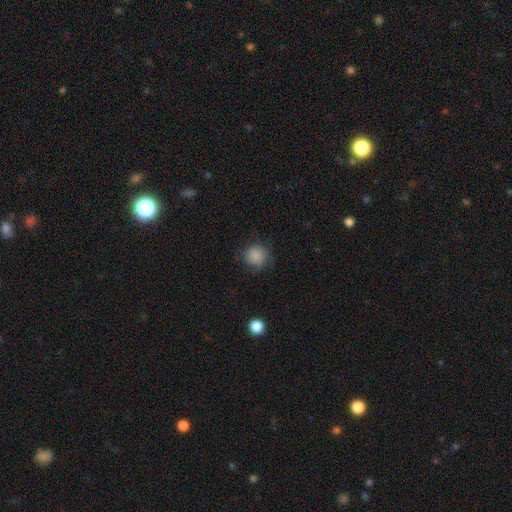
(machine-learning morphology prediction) Smooth or featured? smooth (84%)
How rounded? round (90%)
Merging? none (74%)